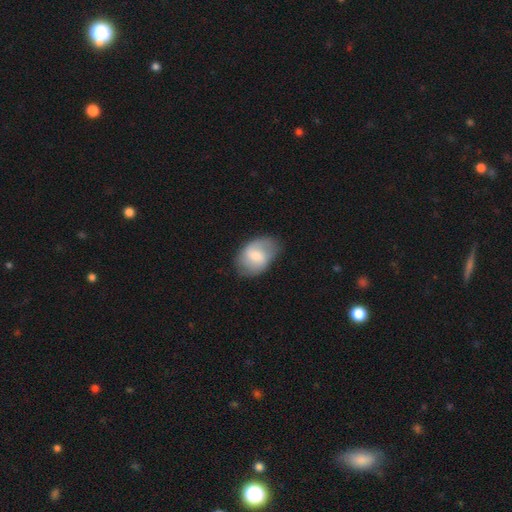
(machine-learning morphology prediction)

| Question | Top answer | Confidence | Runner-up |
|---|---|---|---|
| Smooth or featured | smooth | 50% | featured or disk (44%) |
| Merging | none | 71% | minor disturbance (21%) |